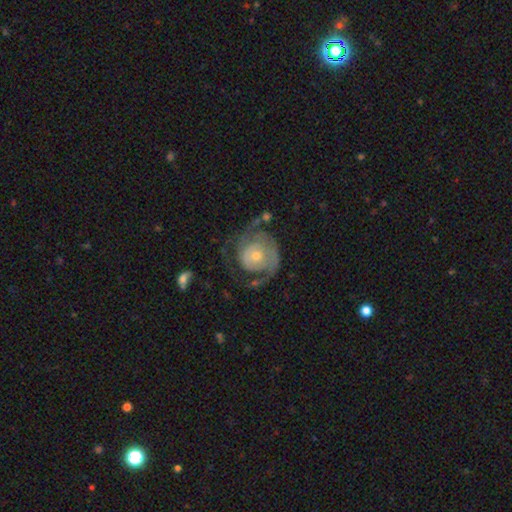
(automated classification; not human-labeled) smooth_or_featured: featured or disk (p=0.73) [alt: smooth p=0.21]
disk_edge_on: no (p=0.97) [alt: yes p=0.03]
bar: no (p=0.80) [alt: weak p=0.16]
has_spiral_arms: yes (p=0.80) [alt: no p=0.20]
spiral_winding: tight (p=0.51) [alt: medium p=0.30]
spiral_arm_count: 2 (p=0.37) [alt: 1 p=0.30]
bulge_size: moderate (p=0.48) [alt: small p=0.46]
merging: none (p=0.49) [alt: major disturbance p=0.28]